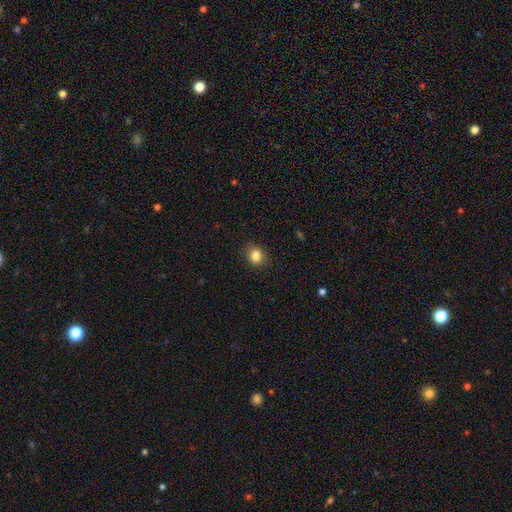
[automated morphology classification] smooth-or-featured: smooth: 84% | star or artifact: 11% | featured or disk: 5%
  how-rounded: round: 79% | in between: 21% | cigar-shaped: 1%
  merging: none: 89% | minor disturbance: 8% | major disturbance: 2% | merger: 1%